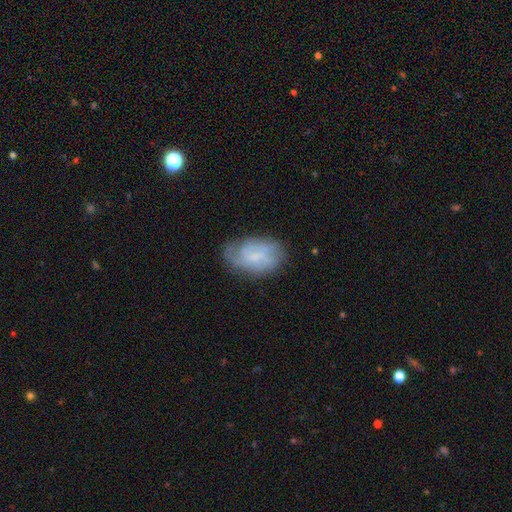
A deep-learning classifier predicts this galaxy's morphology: featured or disk 56%, smooth 36%, star or artifact 8%. Down the decision tree: edge-on disk — no (97%); bar — no (55%); spiral arms — yes (80%); bulge size — small (47%); merging — none (64%).